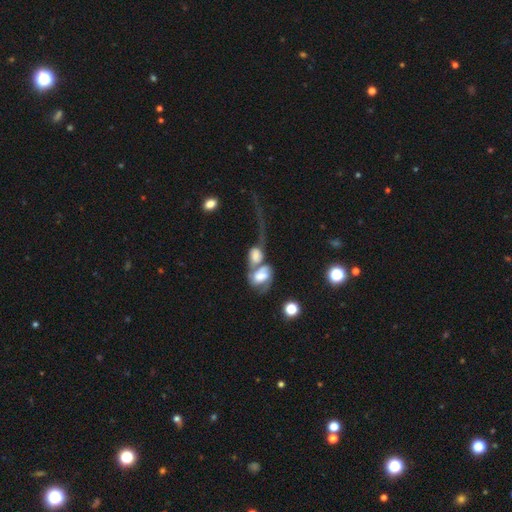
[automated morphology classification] smooth_or_featured: featured or disk (p=0.56) [alt: smooth p=0.34]
disk_edge_on: no (p=0.94) [alt: yes p=0.06]
bar: no (p=0.59) [alt: weak p=0.27]
has_spiral_arms: yes (p=0.75) [alt: no p=0.25]
bulge_size: large (p=0.32) [alt: moderate p=0.21]
merging: merger (p=0.72) [alt: major disturbance p=0.16]